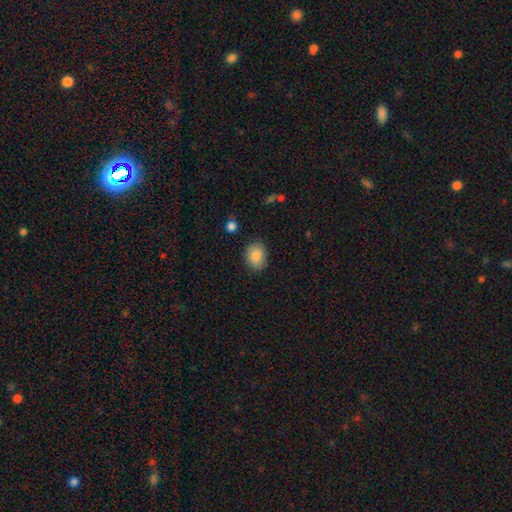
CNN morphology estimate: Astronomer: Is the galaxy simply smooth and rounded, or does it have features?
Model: smooth — 86%.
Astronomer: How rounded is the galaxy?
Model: in between — 54% (runner-up: round, 45%).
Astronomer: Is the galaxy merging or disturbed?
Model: none — 82%.